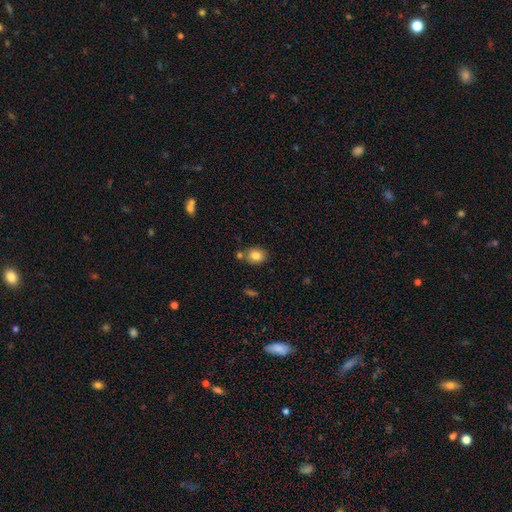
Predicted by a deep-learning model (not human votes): This is clearly a smooth galaxy (82%). How rounded: possibly in between (53%). Merging: likely none (70%).